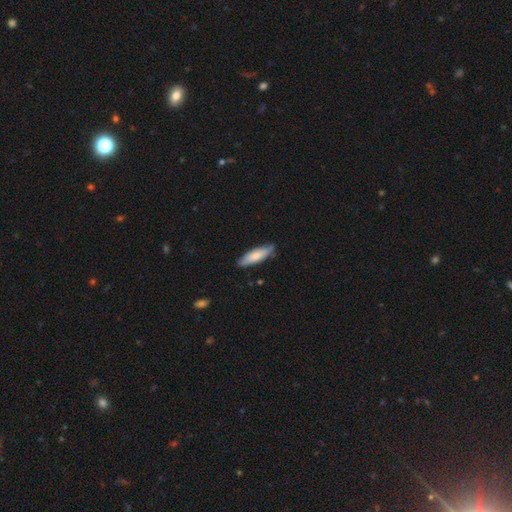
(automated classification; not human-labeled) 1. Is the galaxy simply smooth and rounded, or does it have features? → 74% smooth, 21% featured or disk, 5% star or artifact.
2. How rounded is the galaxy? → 61% cigar-shaped, 38% in between, 1% round.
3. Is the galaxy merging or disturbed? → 82% none, 15% minor disturbance, 2% major disturbance, 1% merger.